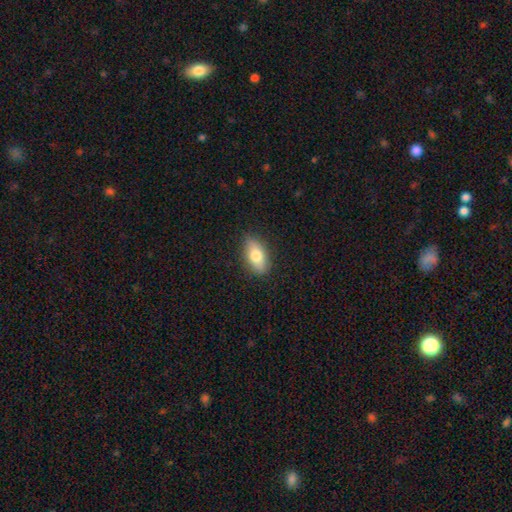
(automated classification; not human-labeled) Smooth or featured? smooth (77%)
How rounded? in between (86%)
Merging? none (86%)